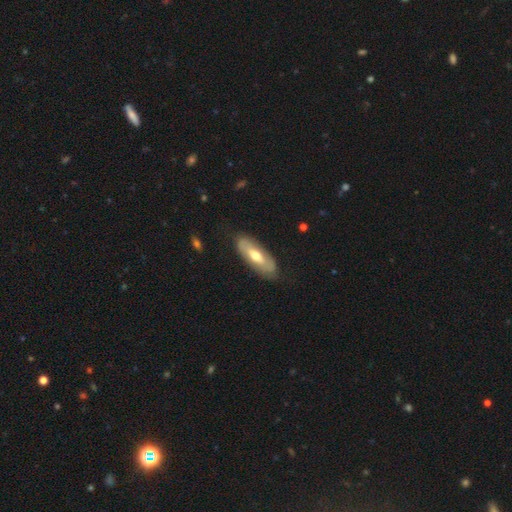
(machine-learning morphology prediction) Q: Smooth or featured?
A: featured or disk (49%); runner-up: smooth (46%)
Q: Merging?
A: none (79%); runner-up: minor disturbance (16%)